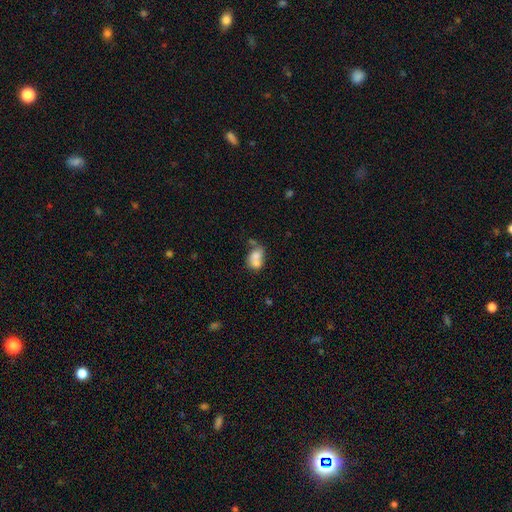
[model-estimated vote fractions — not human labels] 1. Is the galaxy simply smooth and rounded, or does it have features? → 69% smooth, 22% featured or disk, 9% star or artifact.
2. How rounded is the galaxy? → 64% in between, 34% round, 2% cigar-shaped.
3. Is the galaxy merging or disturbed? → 63% merger, 22% none, 9% minor disturbance, 6% major disturbance.